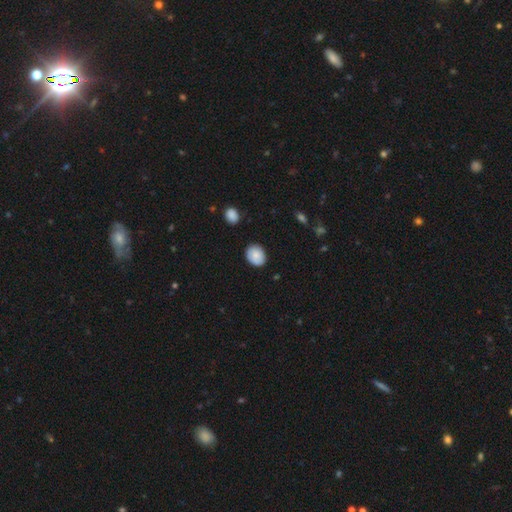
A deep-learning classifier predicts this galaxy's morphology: A smooth galaxy with no disk features (85%) that is round (50%).

Vote fractions:
- Smooth or featured? smooth: 85% / featured or disk: 8% / star or artifact: 7%
- How rounded? round: 50% / in between: 49% / cigar-shaped: 1%
- Merging? none: 84% / minor disturbance: 13% / major disturbance: 2% / merger: 1%